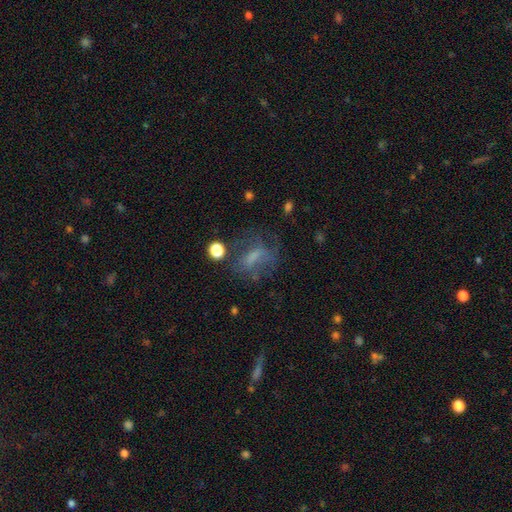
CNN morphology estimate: Smooth or featured? smooth (45%)
Merging? none (47%)